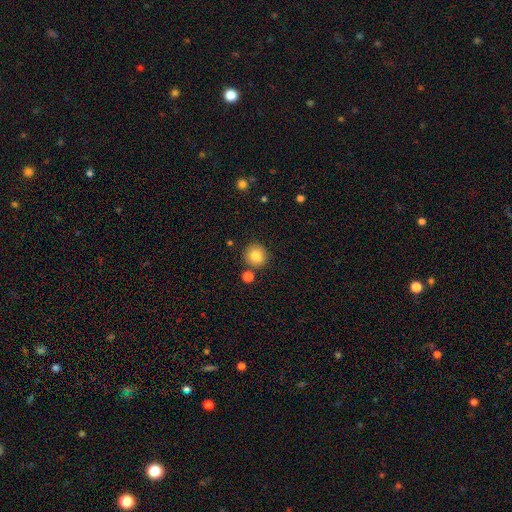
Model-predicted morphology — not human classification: This is clearly a smooth galaxy (81%). How rounded: clearly round (90%). Merging: clearly none (81%).